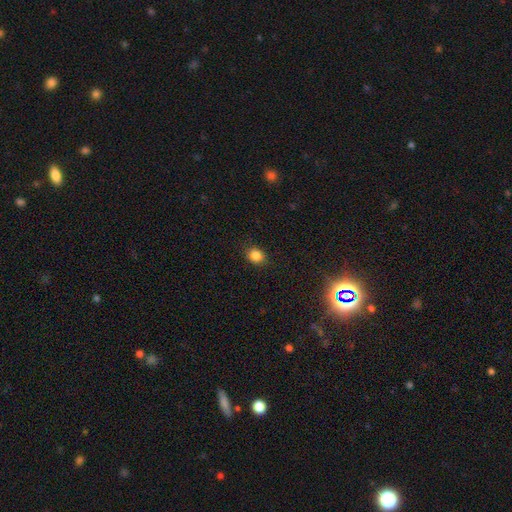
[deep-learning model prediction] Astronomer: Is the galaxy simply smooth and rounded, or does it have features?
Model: smooth — 84%.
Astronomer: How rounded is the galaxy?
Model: round — 59% (runner-up: in between, 40%).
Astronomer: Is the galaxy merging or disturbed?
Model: none — 88%.